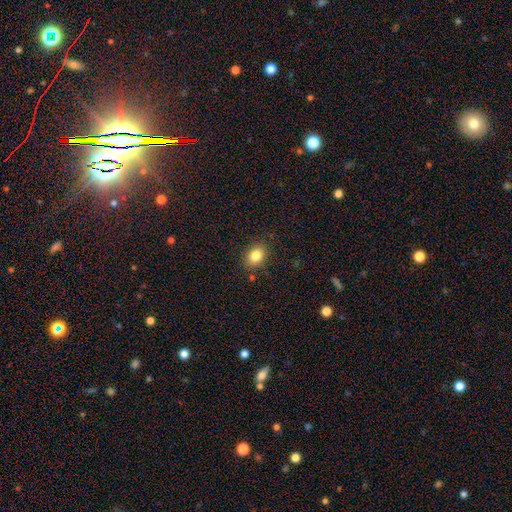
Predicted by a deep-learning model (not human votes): Q: Smooth or featured?
A: smooth (83%); runner-up: star or artifact (10%)
Q: How rounded?
A: in between (58%); runner-up: round (41%)
Q: Merging?
A: none (85%); runner-up: minor disturbance (10%)